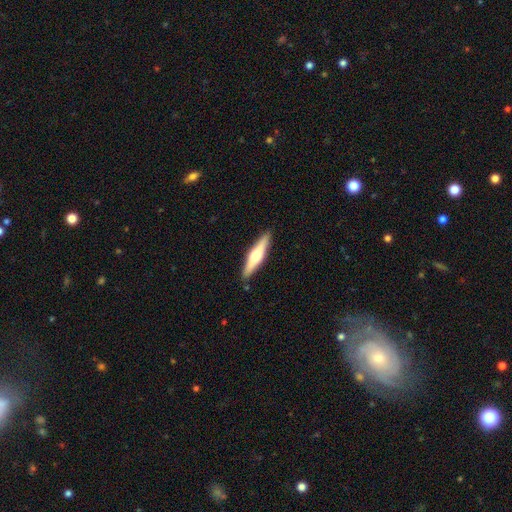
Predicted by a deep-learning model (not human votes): smooth_or_featured: featured or disk (p=0.54) [alt: smooth p=0.41]
disk_edge_on: yes (p=0.95) [alt: no p=0.05]
edge_on_bulge: rounded (p=0.90) [alt: boxy p=0.06]
merging: none (p=0.89) [alt: minor disturbance p=0.08]